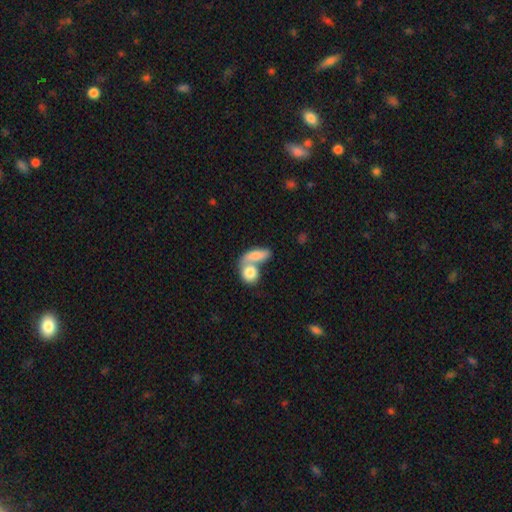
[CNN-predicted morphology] Smooth or featured?
  - smooth: 77% *
  - featured or disk: 16%
  - star or artifact: 6%
How rounded?
  - in between: 71% *
  - round: 16%
  - cigar-shaped: 13%
Merging?
  - merger: 66% *
  - none: 21%
  - minor disturbance: 7%
  - major disturbance: 5%